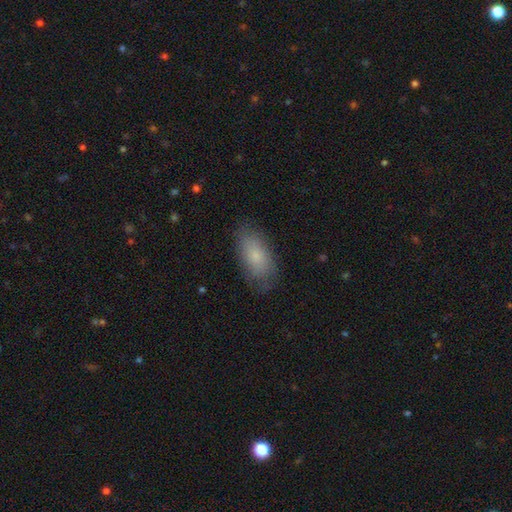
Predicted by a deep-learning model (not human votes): A smooth galaxy with no disk features (77%) that is in between round and cigar-shaped (90%). Merging: none (78%).